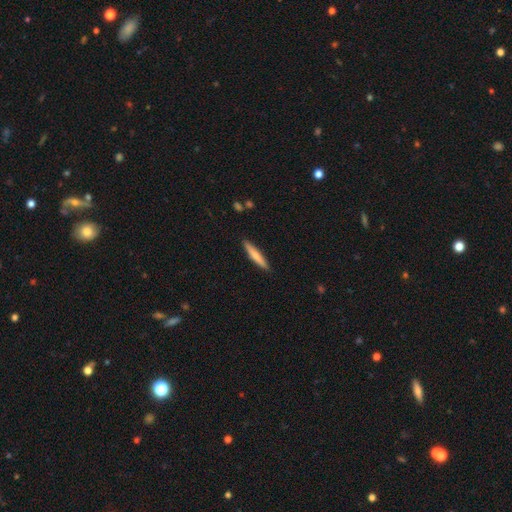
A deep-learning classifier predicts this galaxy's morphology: type=smooth (70%); roundness=cigar-shaped (92%); merging=none (90%).